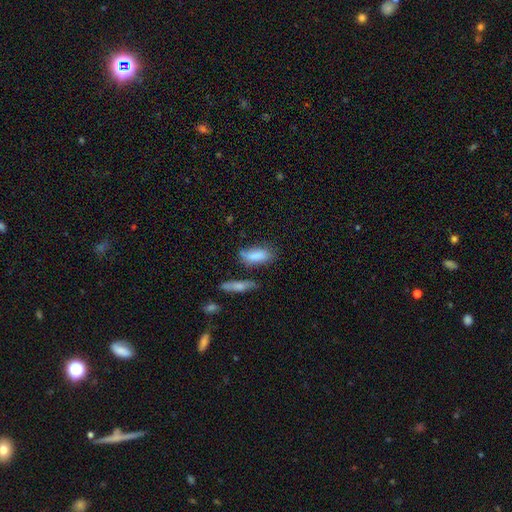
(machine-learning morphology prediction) smooth-or-featured: smooth: 82% | featured or disk: 10% | star or artifact: 7%
  how-rounded: in between: 78% | cigar-shaped: 19% | round: 3%
  merging: none: 58% | minor disturbance: 25% | merger: 10% | major disturbance: 7%